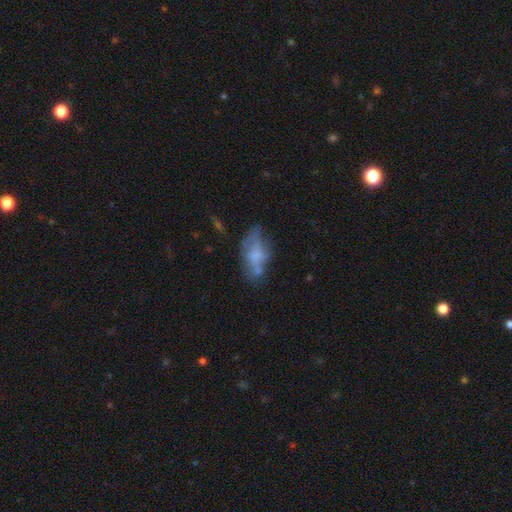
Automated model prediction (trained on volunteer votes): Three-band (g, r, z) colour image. It shows a smooth galaxy with no disk features (50%) that is in between round and cigar-shaped (83%). Merging: none (43%).